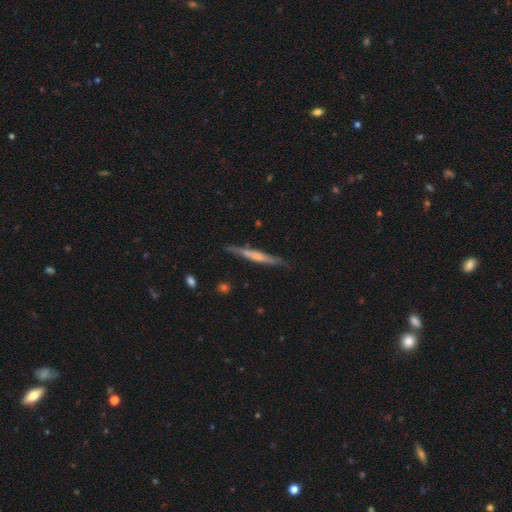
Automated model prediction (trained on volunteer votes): Smooth or featured? Predicted: featured or disk (p=0.54). Edge-on disk? Predicted: yes (p=0.96). Edge-on bulge? Predicted: none (p=0.48). Merging? Predicted: none (p=0.83).